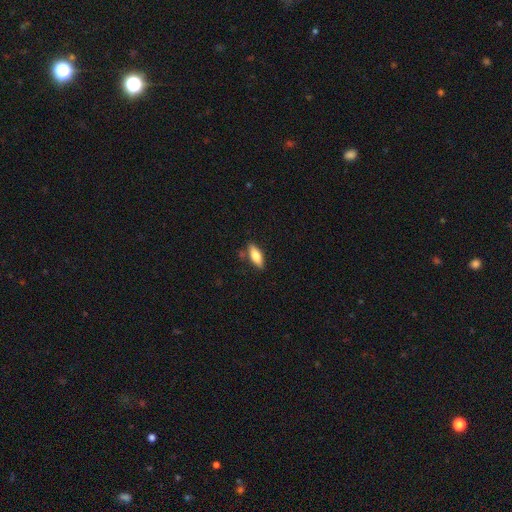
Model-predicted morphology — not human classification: Overall: smooth (73%). How rounded: in between (71%). Merging: none (79%).